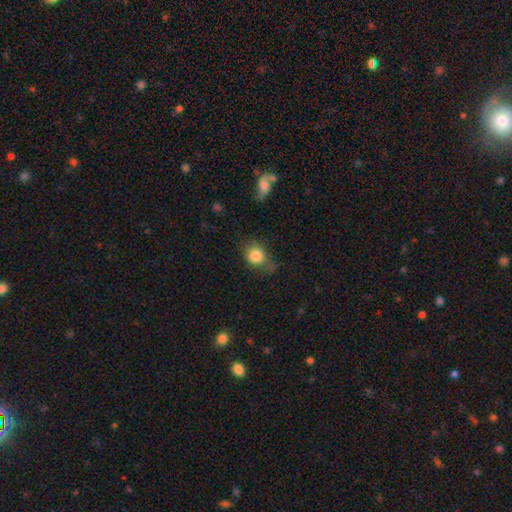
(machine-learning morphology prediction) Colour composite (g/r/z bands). It shows a smooth galaxy with no disk features (84%) that is round (69%). Merging: none (59%).